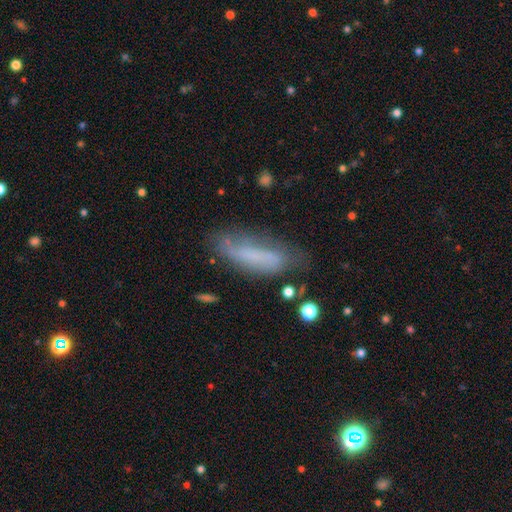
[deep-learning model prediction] This appears to be a smooth galaxy with no disk features (57%) that is in between round and cigar-shaped (49%, tied with cigar-shaped). Merging: none (54%).